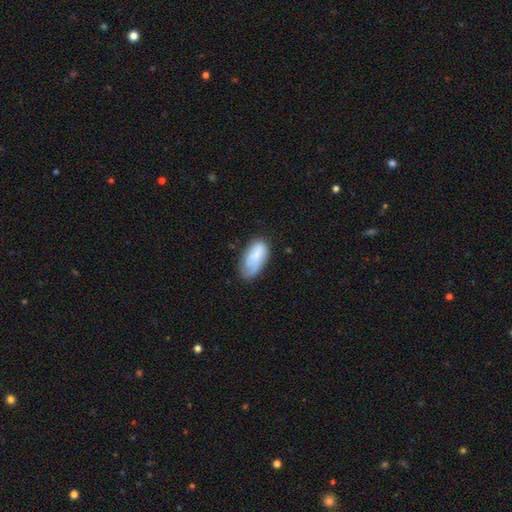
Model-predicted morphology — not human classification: The model was most divided on "merging": none: 55%, minor disturbance: 32%, major disturbance: 11%, merger: 3%. More confident: how rounded — in between (93%); smooth or featured — smooth (77%).